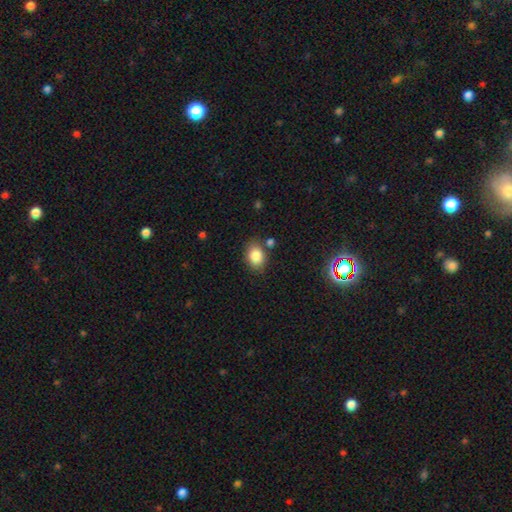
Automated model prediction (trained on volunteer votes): This appears to be a smooth galaxy with no disk features (85%) that is in between round and cigar-shaped (73%). Merging: none (76%).